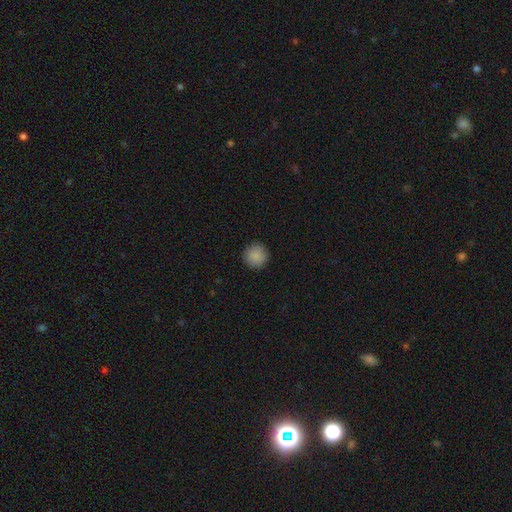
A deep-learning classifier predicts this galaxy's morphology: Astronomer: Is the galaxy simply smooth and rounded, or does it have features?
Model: smooth — 88%.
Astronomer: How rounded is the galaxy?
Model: round — 96%.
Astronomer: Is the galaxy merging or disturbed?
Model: none — 92%.